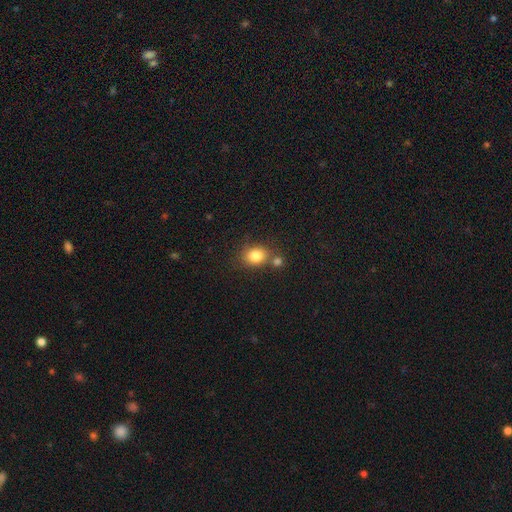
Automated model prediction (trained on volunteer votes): A smooth galaxy with no disk features (82%) that is round (56%). Merging: none (59%).